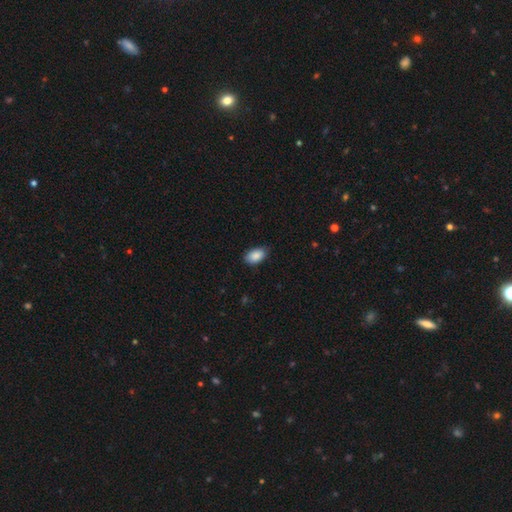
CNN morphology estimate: A smooth galaxy with no disk features (89%) that is in between round and cigar-shaped (93%).

Vote fractions:
- Smooth or featured? smooth: 89% / star or artifact: 7% / featured or disk: 4%
- How rounded? in between: 93% / round: 5% / cigar-shaped: 2%
- Merging? none: 83% / minor disturbance: 14% / major disturbance: 2% / merger: 1%